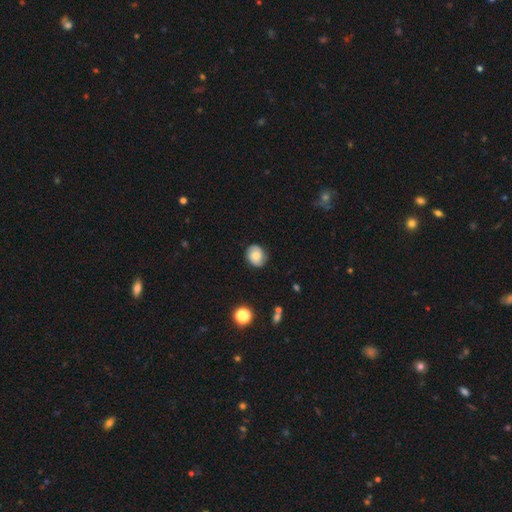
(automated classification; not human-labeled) A smooth galaxy with no disk features (54%) that is round (64%).

Vote fractions:
- Smooth or featured? smooth: 54% / featured or disk: 37% / star or artifact: 9%
- How rounded? round: 64% / in between: 35% / cigar-shaped: 1%
- Merging? none: 80% / minor disturbance: 15% / major disturbance: 4% / merger: 1%